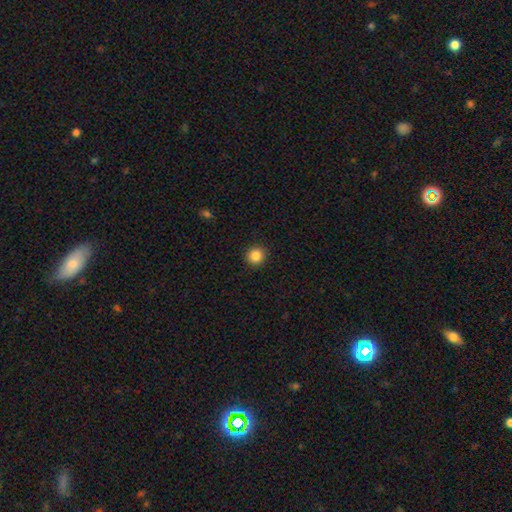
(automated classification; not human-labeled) This appears to be a smooth galaxy with no disk features (87%) that is round (93%). Merging: none (92%).